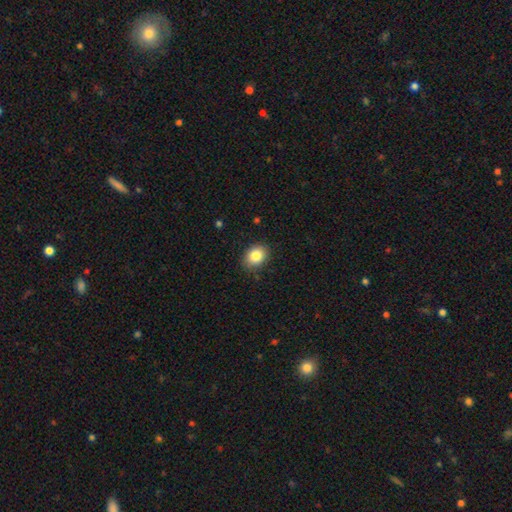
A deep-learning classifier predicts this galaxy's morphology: This appears to be a smooth galaxy with no disk features (84%) that is in between round and cigar-shaped (54%). Merging: none (86%).